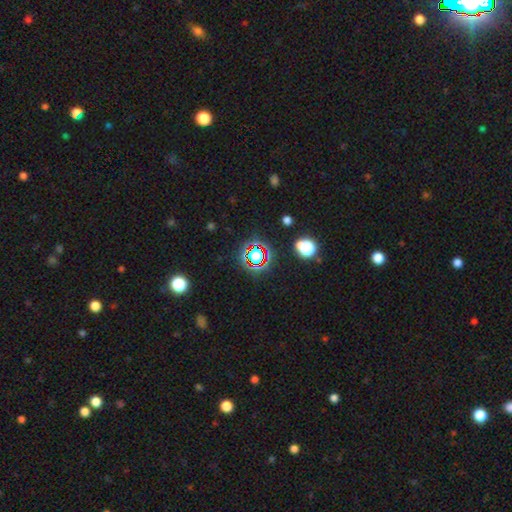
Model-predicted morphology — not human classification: Overall: star or artifact (68%).